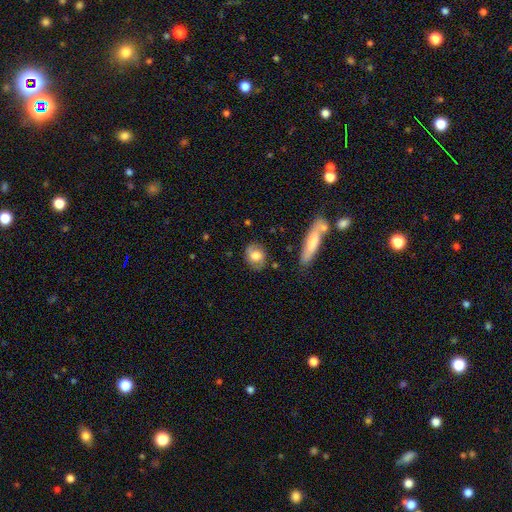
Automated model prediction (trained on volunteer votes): smooth_or_featured: smooth (p=0.59) [alt: featured or disk p=0.34]
how_rounded: in between (p=0.54) [alt: round p=0.43]
merging: none (p=0.78) [alt: minor disturbance p=0.16]